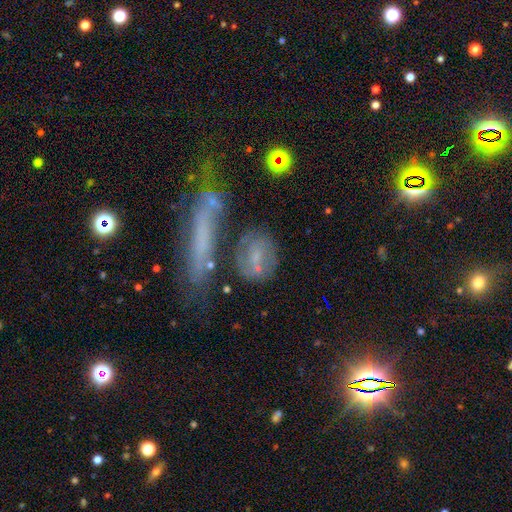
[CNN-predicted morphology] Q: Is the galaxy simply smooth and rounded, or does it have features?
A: featured or disk — 45%.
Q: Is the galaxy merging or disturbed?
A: none — 59%.